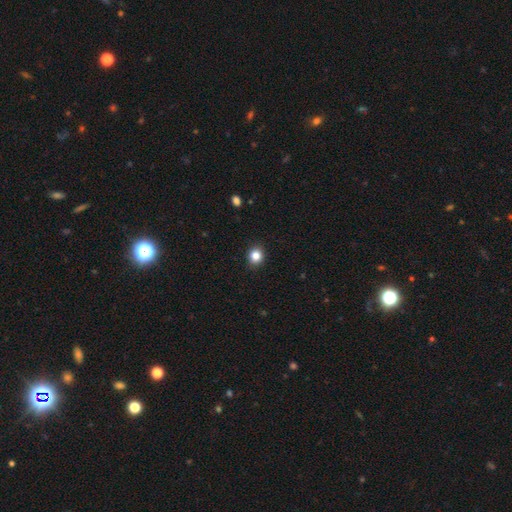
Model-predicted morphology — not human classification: Smooth or featured: smooth — 84% (star or artifact — 11%)
How rounded: round — 81% (in between — 18%)
Merging: none — 91% (minor disturbance — 6%)